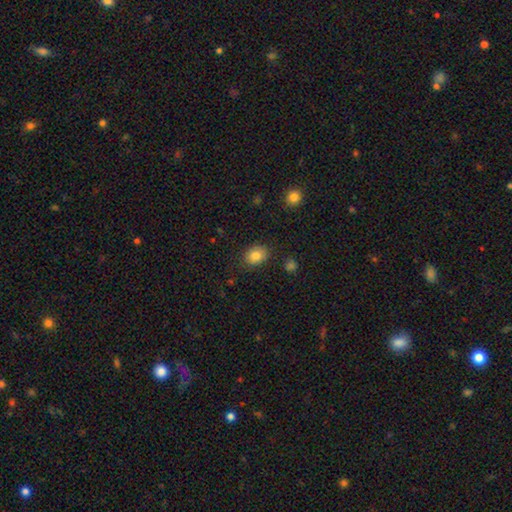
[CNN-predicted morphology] smooth 83%, star or artifact 10%, featured or disk 7%. Down the decision tree: how rounded — in between (59%); merging — none (84%).